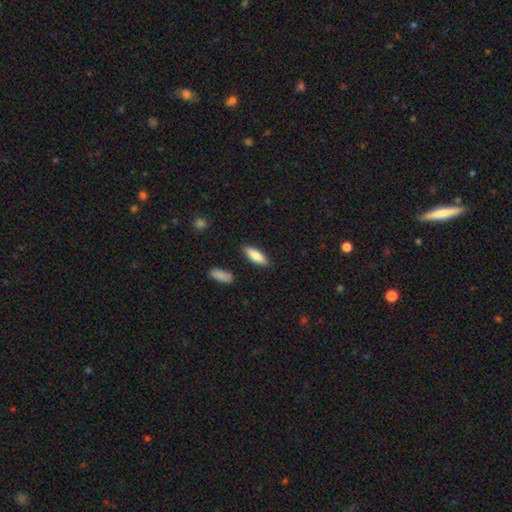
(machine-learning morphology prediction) Smooth or featured? smooth (81%)
How rounded? in between (60%)
Merging? none (86%)